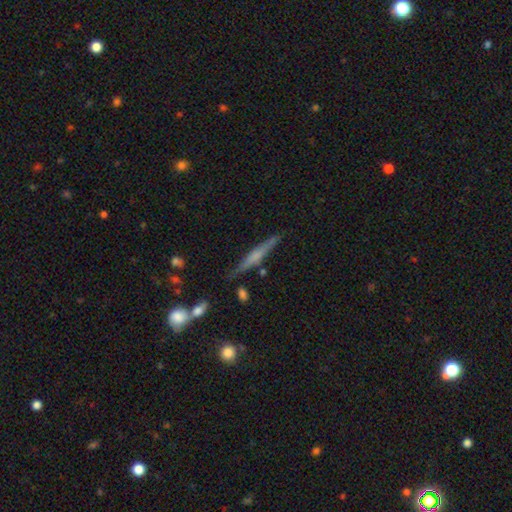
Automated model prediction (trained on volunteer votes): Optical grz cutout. It shows a featured or disk galaxy (60%) viewed edge-on (97%) with a rounded central bulge (54%). Merging: none (84%).